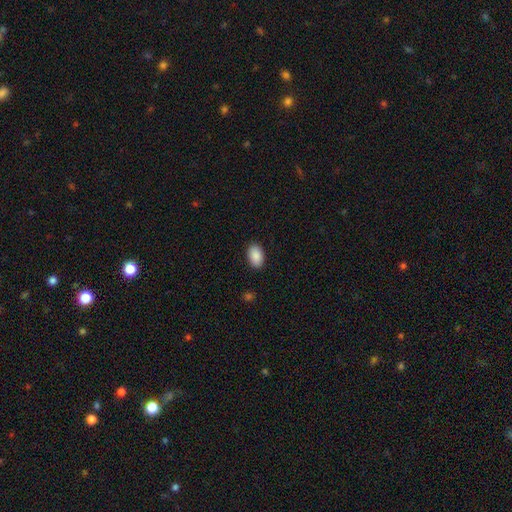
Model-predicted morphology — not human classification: A smooth galaxy with no disk features (90%) that is in between round and cigar-shaped (93%).

Vote fractions:
- Smooth or featured? smooth: 90% / star or artifact: 6% / featured or disk: 3%
- How rounded? in between: 93% / round: 6% / cigar-shaped: 1%
- Merging? none: 90% / minor disturbance: 7% / major disturbance: 2% / merger: 1%